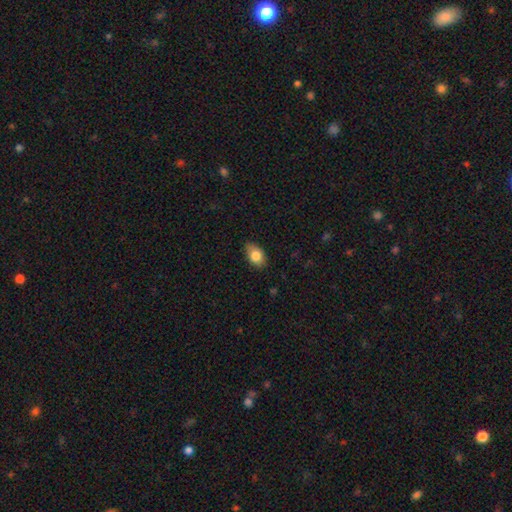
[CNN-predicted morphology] smooth 81%, featured or disk 11%, star or artifact 8%. Down the decision tree: how rounded — in between (86%); merging — none (80%).